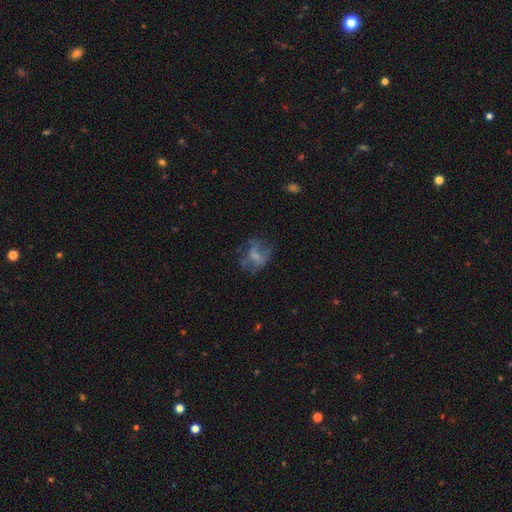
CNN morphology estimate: This appears to be a smooth galaxy with no disk features (45%). Merging: none (49%).